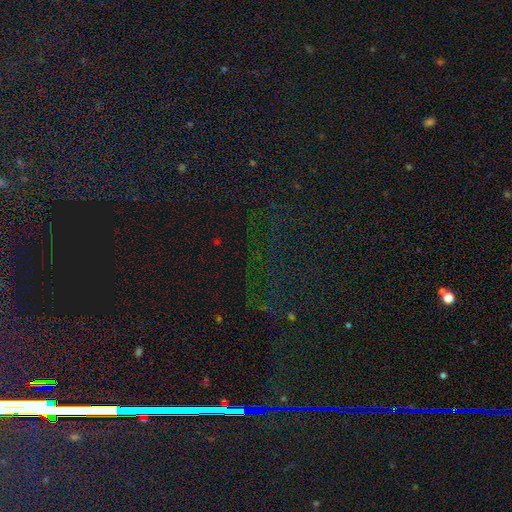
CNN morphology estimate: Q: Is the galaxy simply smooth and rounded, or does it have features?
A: star or artifact — 85%.